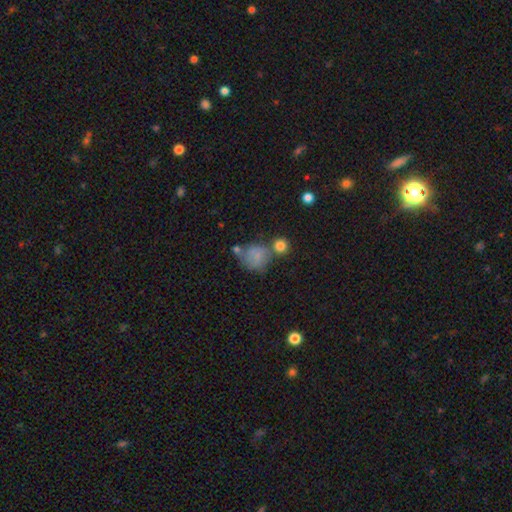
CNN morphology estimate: Q: Smooth or featured?
A: smooth (71%); runner-up: featured or disk (17%)
Q: How rounded?
A: round (74%); runner-up: in between (25%)
Q: Merging?
A: none (38%); runner-up: merger (27%)